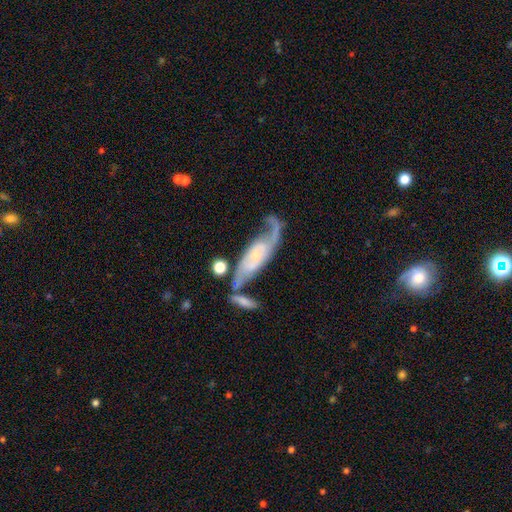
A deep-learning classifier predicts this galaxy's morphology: Smooth or featured?
  - featured or disk: 83% *
  - smooth: 12%
  - star or artifact: 6%
Edge-on disk?
  - no: 89% *
  - yes: 11%
Bar?
  - no: 58% *
  - weak: 31%
  - strong: 12%
Spiral arms?
  - yes: 94% *
  - no: 6%
Spiral winding?
  - loose: 44% *
  - medium: 38%
  - tight: 18%
Spiral arm count?
  - 2: 80% *
  - 1: 11%
  - can't tell: 6%
  - 3: 1%
  - 4: 1%
  - more than 4: 1%
Bulge size?
  - small: 59% *
  - none: 19%
  - moderate: 17%
  - large: 4%
  - dominant: 2%
Merging?
  - none: 42% *
  - merger: 20%
  - minor disturbance: 19%
  - major disturbance: 18%